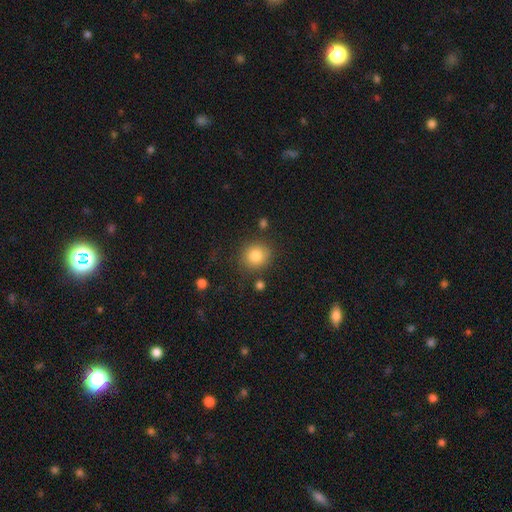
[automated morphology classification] smooth_or_featured: smooth (p=0.84) [alt: star or artifact p=0.10]
how_rounded: round (p=0.89) [alt: in between p=0.10]
merging: none (p=0.83) [alt: minor disturbance p=0.10]